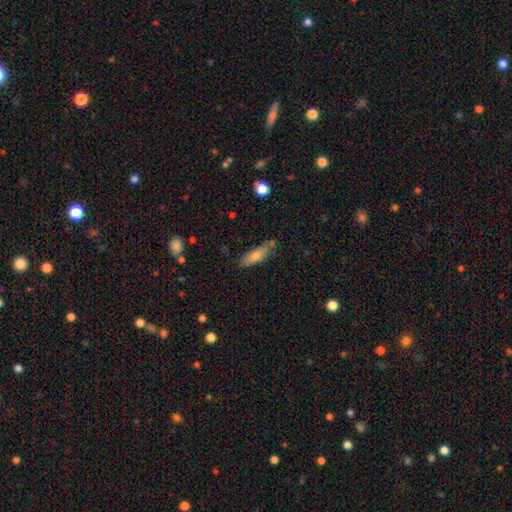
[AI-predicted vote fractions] Smooth or featured? Predicted: smooth (p=0.77). How rounded? Predicted: in between (p=0.51). Merging? Predicted: none (p=0.65).